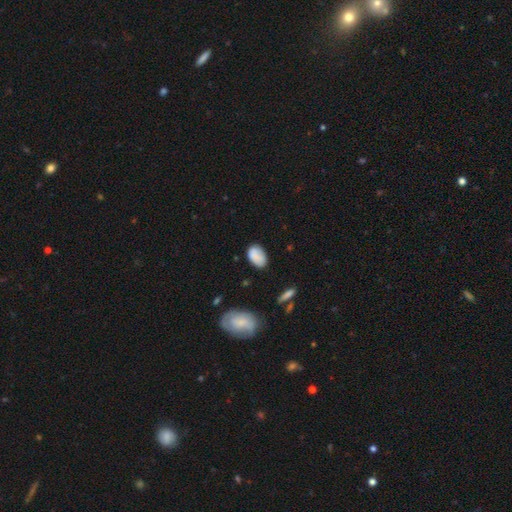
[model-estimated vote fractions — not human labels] Morphology: type=smooth (84%); roundness=in between (90%); merging=none (72%).